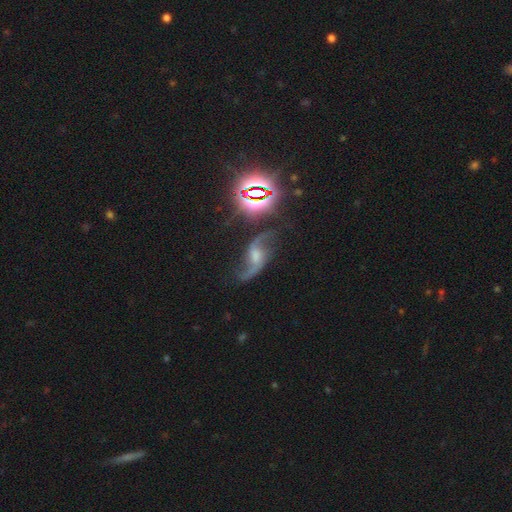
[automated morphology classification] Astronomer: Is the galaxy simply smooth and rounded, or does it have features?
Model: featured or disk — 81%.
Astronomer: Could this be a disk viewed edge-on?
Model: no — 96%.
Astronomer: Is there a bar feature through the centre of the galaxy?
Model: no — 45% (runner-up: weak, 41%).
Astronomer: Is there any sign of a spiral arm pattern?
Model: yes — 96%.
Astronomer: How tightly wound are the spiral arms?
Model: loose — 85%.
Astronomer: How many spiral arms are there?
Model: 2 — 92%.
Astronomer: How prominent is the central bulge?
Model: moderate — 38% (runner-up: small, 36%).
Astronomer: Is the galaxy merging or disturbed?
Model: none — 69%.